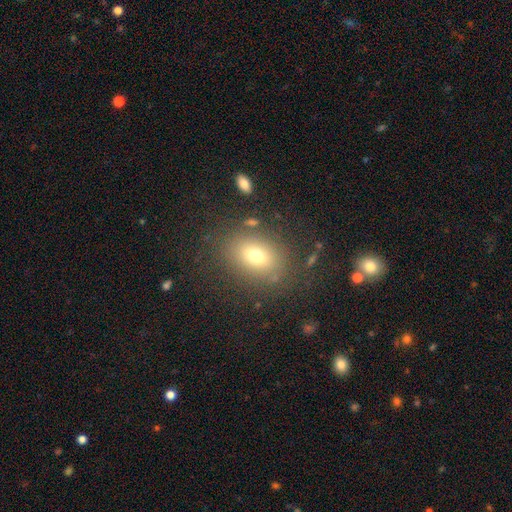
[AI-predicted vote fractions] A smooth galaxy with no disk features (71%) that is in between round and cigar-shaped (68%). Merging: none (80%).